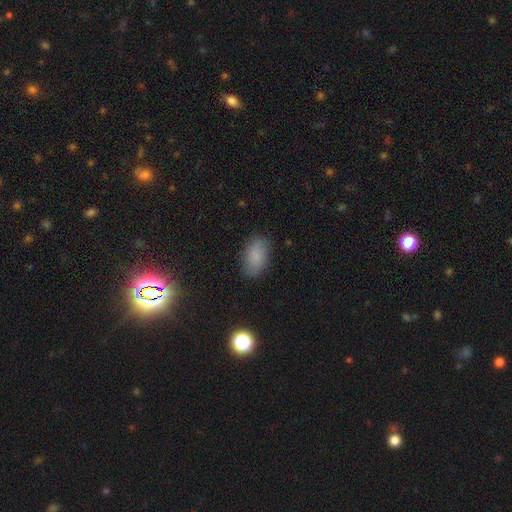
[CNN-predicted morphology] This appears to be a smooth galaxy with no disk features (78%) that is in between round and cigar-shaped (92%). Merging: none (80%).